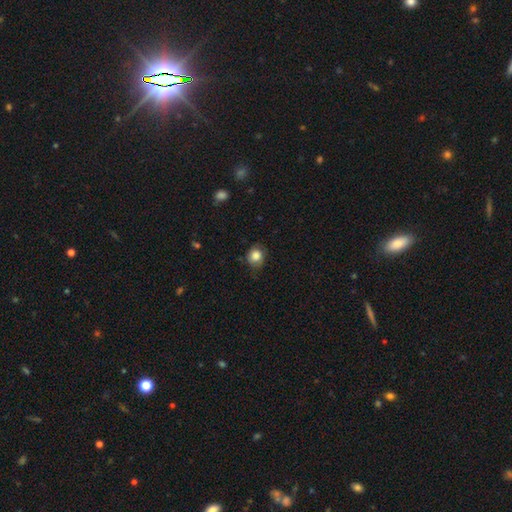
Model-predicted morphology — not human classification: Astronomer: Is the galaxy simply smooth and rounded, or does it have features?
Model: smooth — 85%.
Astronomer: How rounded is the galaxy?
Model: round — 74%.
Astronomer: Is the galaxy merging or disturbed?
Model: none — 69%.